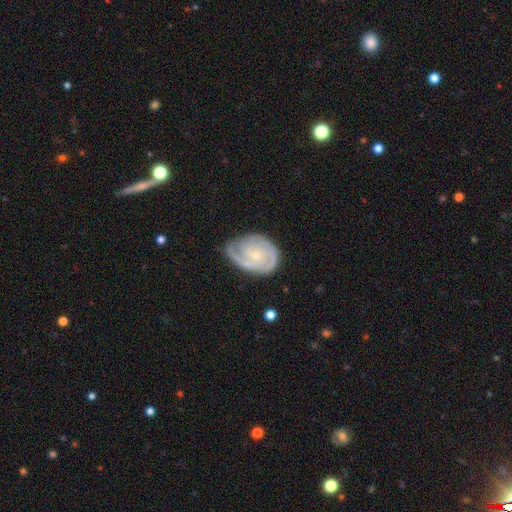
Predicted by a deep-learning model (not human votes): featured or disk 81%, smooth 14%, star or artifact 5%. Down the decision tree: edge-on disk — no (98%); bar — no (72%); spiral arms — yes (94%); spiral arm count — 2 (40%); spiral winding — tight (60%); bulge size — small (72%); merging — none (61%).